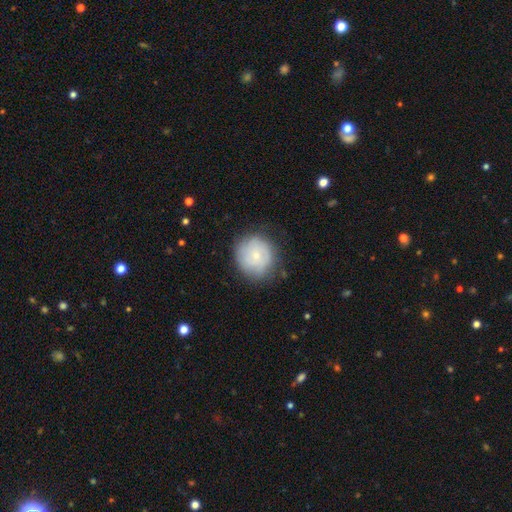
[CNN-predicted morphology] A smooth galaxy with no disk features (64%) that is round (91%).

Vote fractions:
- Smooth or featured? smooth: 64% / featured or disk: 28% / star or artifact: 8%
- How rounded? round: 91% / in between: 8% / cigar-shaped: 1%
- Merging? none: 75% / minor disturbance: 18% / major disturbance: 6% / merger: 2%